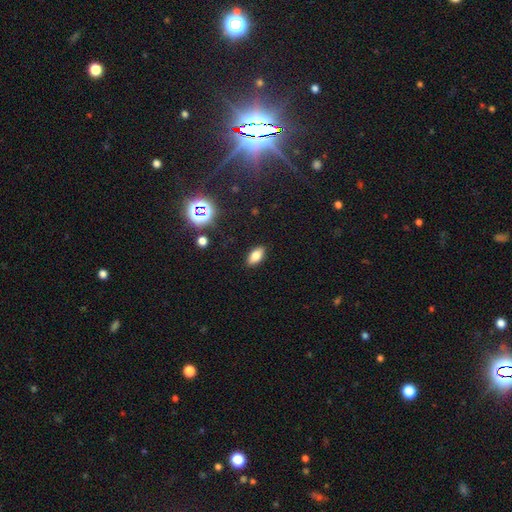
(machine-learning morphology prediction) smooth-or-featured: smooth: 76% | featured or disk: 12% | star or artifact: 12%
  how-rounded: in between: 87% | cigar-shaped: 9% | round: 4%
  merging: none: 88% | minor disturbance: 9% | major disturbance: 2% | merger: 1%